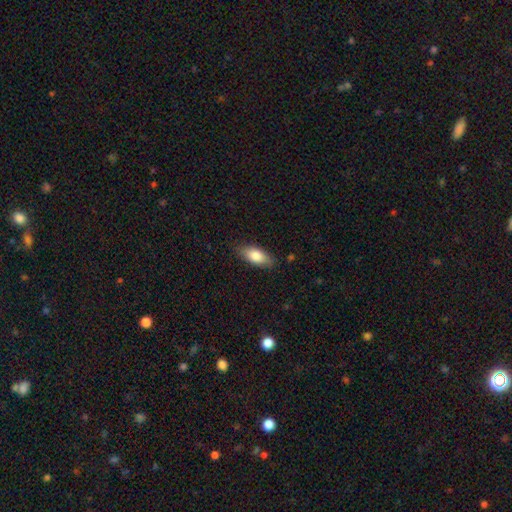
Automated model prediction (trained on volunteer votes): Smooth or featured? smooth (82%)
How rounded? in between (84%)
Merging? none (84%)